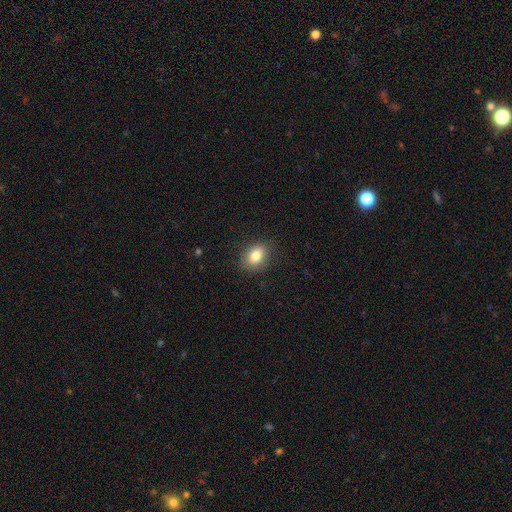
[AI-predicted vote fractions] Smooth or featured?
  - smooth: 81% *
  - star or artifact: 10%
  - featured or disk: 9%
How rounded?
  - in between: 70% *
  - round: 29%
  - cigar-shaped: 1%
Merging?
  - none: 85% *
  - minor disturbance: 11%
  - major disturbance: 3%
  - merger: 1%